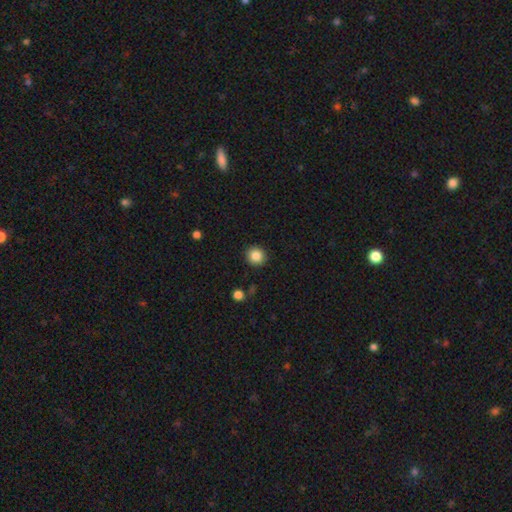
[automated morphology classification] Q: Smooth or featured?
A: smooth (85%); runner-up: star or artifact (10%)
Q: How rounded?
A: round (92%); runner-up: in between (7%)
Q: Merging?
A: none (91%); runner-up: minor disturbance (6%)